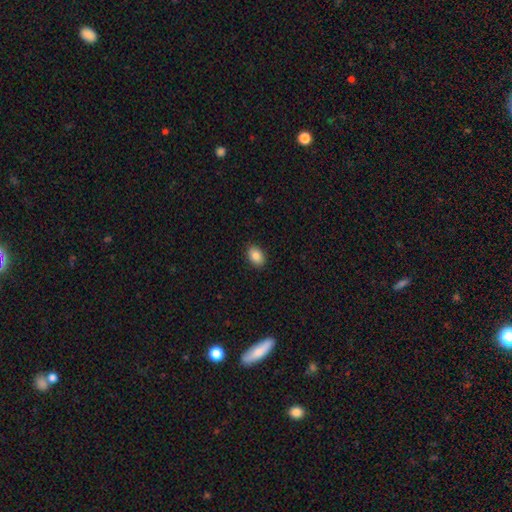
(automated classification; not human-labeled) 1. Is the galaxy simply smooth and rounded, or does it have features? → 86% smooth, 8% star or artifact, 6% featured or disk.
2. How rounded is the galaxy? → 84% in between, 15% round, 1% cigar-shaped.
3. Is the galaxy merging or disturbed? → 89% none, 8% minor disturbance, 2% major disturbance, 1% merger.